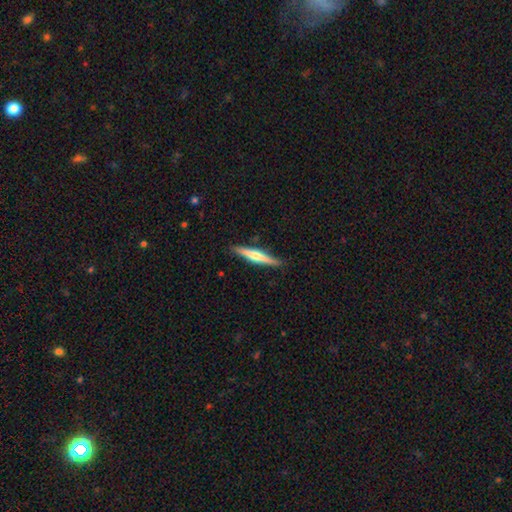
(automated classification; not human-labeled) featured or disk 56%, smooth 38%, star or artifact 5%. Down the decision tree: edge-on disk — yes (97%); edge-on bulge — rounded (74%); merging — none (88%).